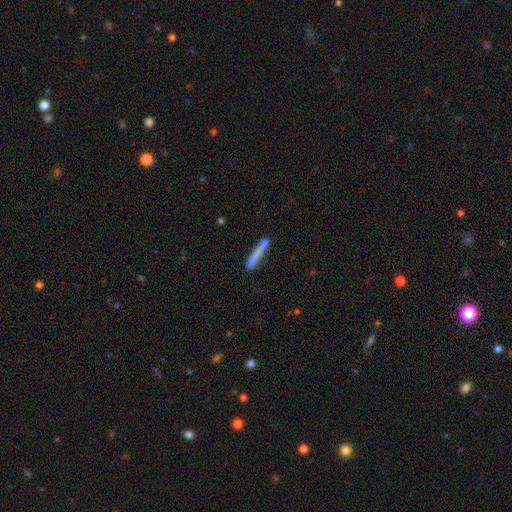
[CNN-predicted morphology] smooth_or_featured: smooth (p=0.73) [alt: featured or disk p=0.21]
how_rounded: cigar-shaped (p=0.95) [alt: in between p=0.03]
merging: none (p=0.72) [alt: minor disturbance p=0.15]